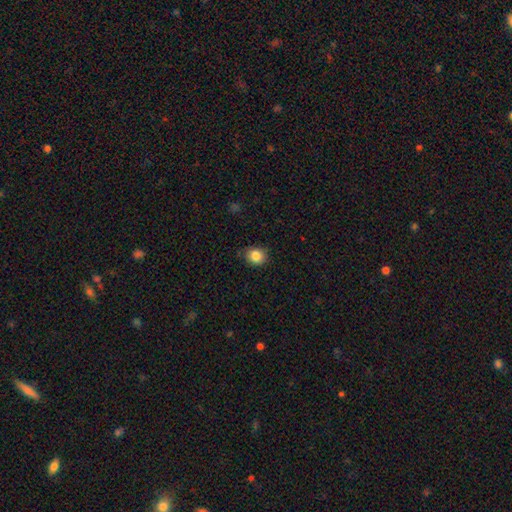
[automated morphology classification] Smooth or featured? smooth (85%)
How rounded? round (75%)
Merging? none (85%)